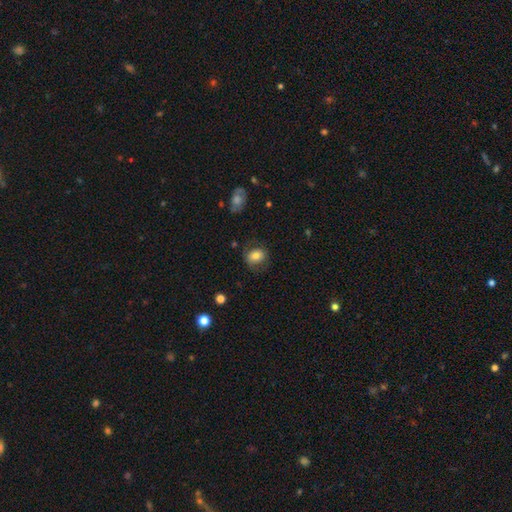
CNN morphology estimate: The model was most divided on "how rounded": round: 50%, in between: 49%, cigar-shaped: 1%. More confident: smooth or featured — smooth (74%); merging — none (71%).